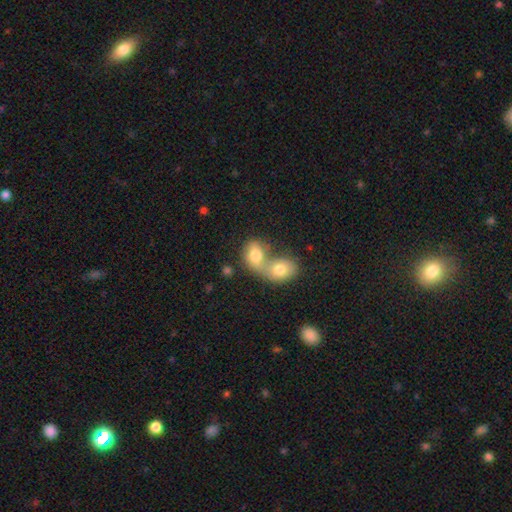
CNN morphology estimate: This appears to be a smooth galaxy with no disk features (75%) that is in between round and cigar-shaped (60%). Merging: merger (78%).